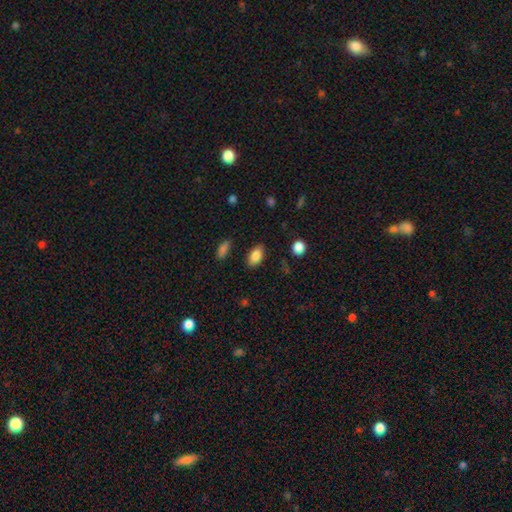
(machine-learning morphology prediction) smooth-or-featured: smooth: 86% | star or artifact: 8% | featured or disk: 6%
  how-rounded: in between: 91% | round: 6% | cigar-shaped: 3%
  merging: none: 85% | minor disturbance: 11% | major disturbance: 3% | merger: 2%